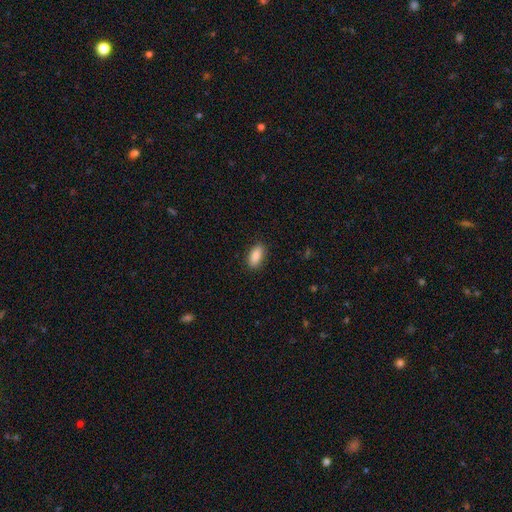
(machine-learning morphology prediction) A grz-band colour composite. It shows a smooth galaxy with no disk features (89%) that is in between round and cigar-shaped (88%). Merging: none (88%).